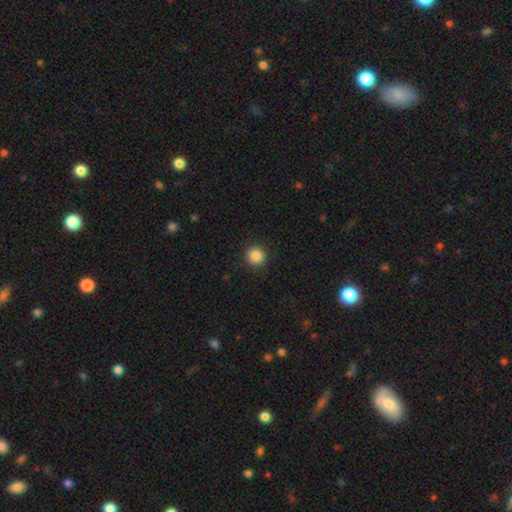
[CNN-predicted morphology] Smooth or featured?
  - smooth: 87% *
  - star or artifact: 10%
  - featured or disk: 3%
How rounded?
  - round: 94% *
  - in between: 5%
  - cigar-shaped: 1%
Merging?
  - none: 92% *
  - minor disturbance: 5%
  - major disturbance: 2%
  - merger: 1%